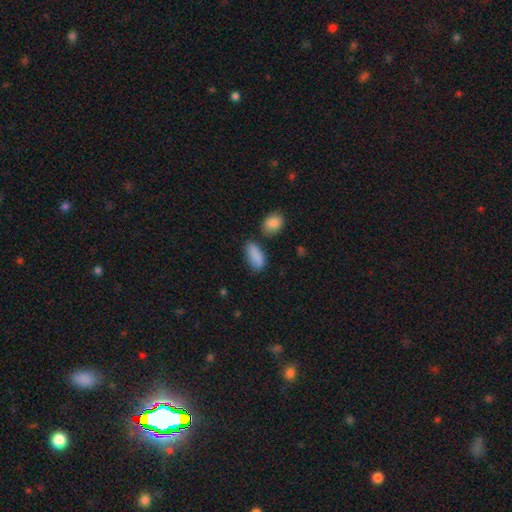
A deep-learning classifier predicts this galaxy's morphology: Smooth or featured: smooth — 87% (star or artifact — 8%)
How rounded: in between — 86% (cigar-shaped — 10%)
Merging: none — 65% (minor disturbance — 20%)